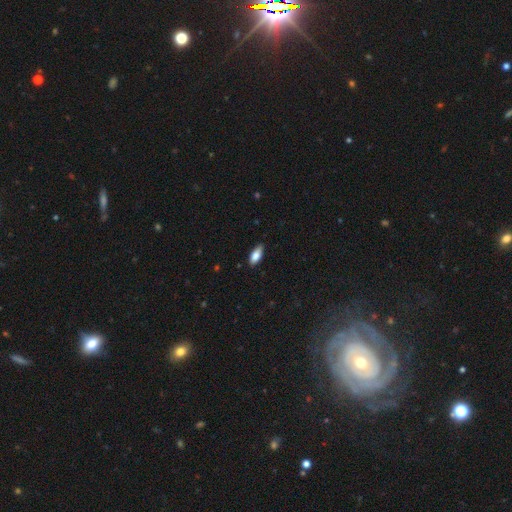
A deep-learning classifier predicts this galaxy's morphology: Overall: smooth (83%). How rounded: in between (85%). Merging: none (85%).